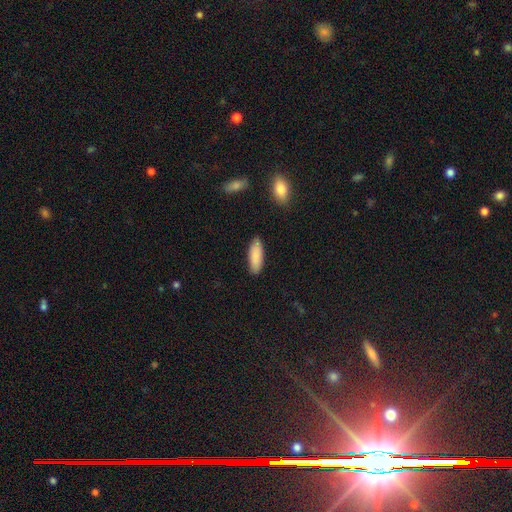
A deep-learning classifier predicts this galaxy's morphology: smooth 87%, featured or disk 7%, star or artifact 6%. Down the decision tree: how rounded — in between (66%); merging — none (86%).